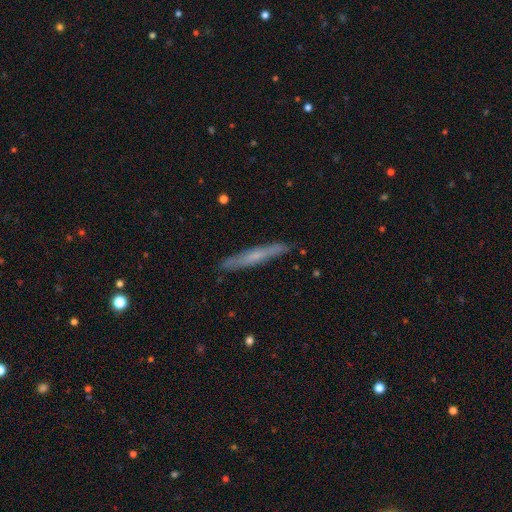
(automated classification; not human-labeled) smooth-or-featured: featured or disk: 48% | smooth: 46% | star or artifact: 6%
  merging: none: 89% | minor disturbance: 9% | major disturbance: 2% | merger: 1%